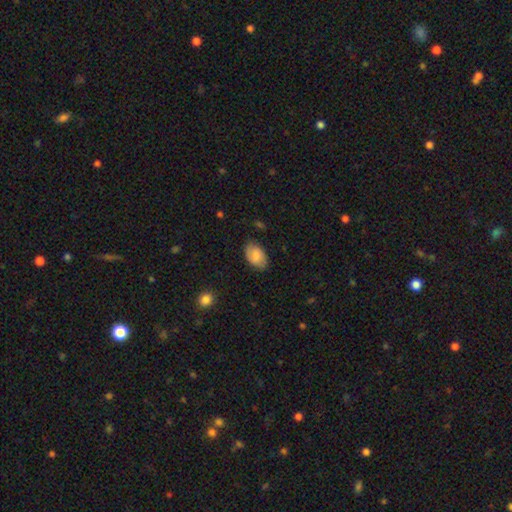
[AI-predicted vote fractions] Smooth or featured: smooth — 70% (featured or disk — 22%)
How rounded: in between — 89% (round — 9%)
Merging: none — 77% (minor disturbance — 18%)